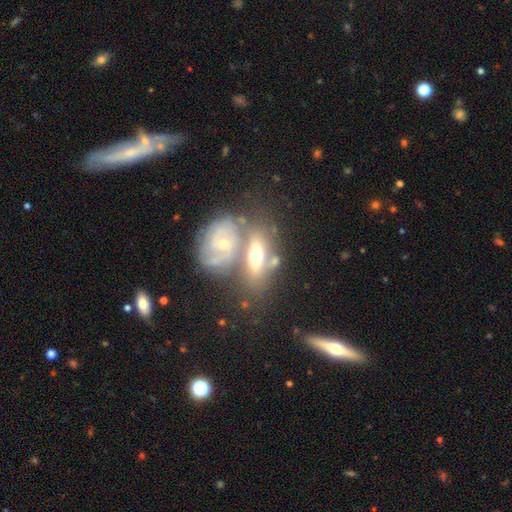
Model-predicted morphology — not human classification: Smooth or featured? Predicted: featured or disk (p=0.59). Edge-on disk? Predicted: no (p=0.70). Merging? Predicted: merger (p=0.47).